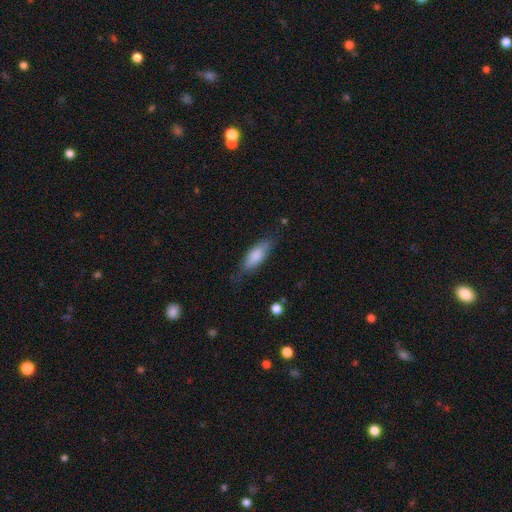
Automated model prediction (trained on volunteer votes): Smooth or featured? smooth (79%)
How rounded? in between (66%)
Merging? none (72%)